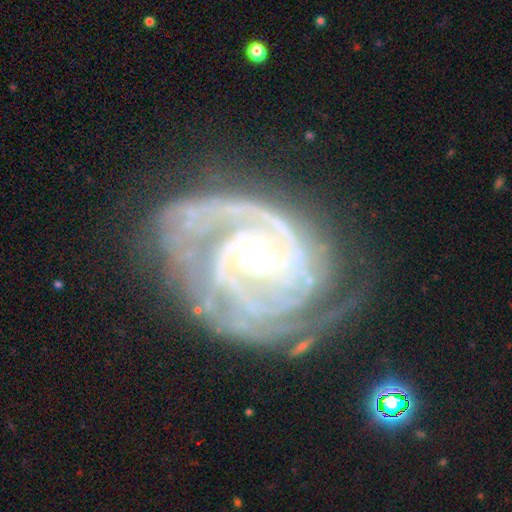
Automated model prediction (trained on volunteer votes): Smooth or featured? Predicted: featured or disk (p=0.92). Edge-on disk? Predicted: no (p=0.98). Bar? Predicted: no (p=0.64). Spiral arms? Predicted: yes (p=0.98). Spiral winding? Predicted: tight (p=0.70). Spiral arm count? Predicted: 2 (p=0.47). Bulge size? Predicted: small (p=0.58). Merging? Predicted: none (p=0.61).